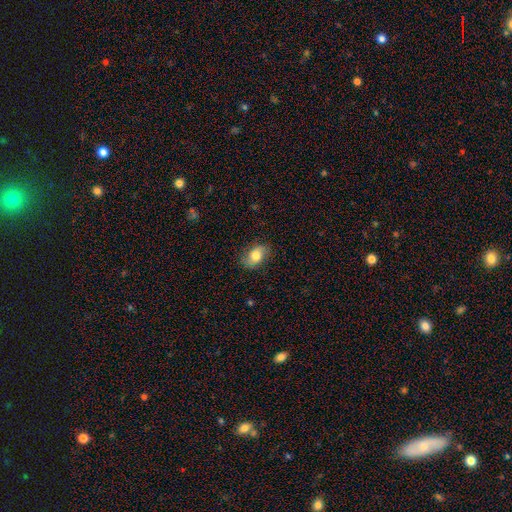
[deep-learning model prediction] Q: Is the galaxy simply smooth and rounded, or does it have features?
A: smooth — 65%.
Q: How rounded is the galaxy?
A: in between — 81%.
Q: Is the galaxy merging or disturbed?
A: none — 77%.